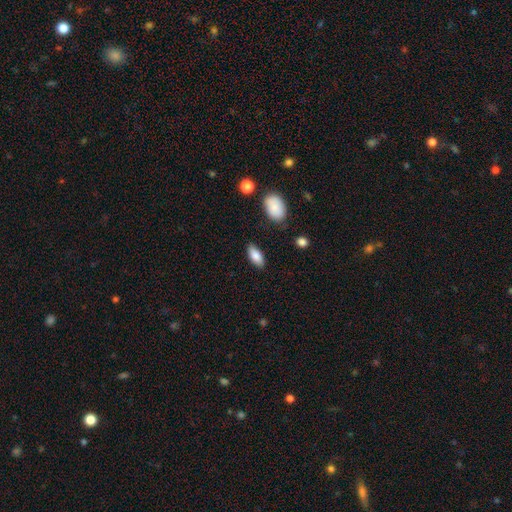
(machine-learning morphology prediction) smooth 85%, featured or disk 8%, star or artifact 7%. Down the decision tree: how rounded — in between (89%); merging — none (84%).